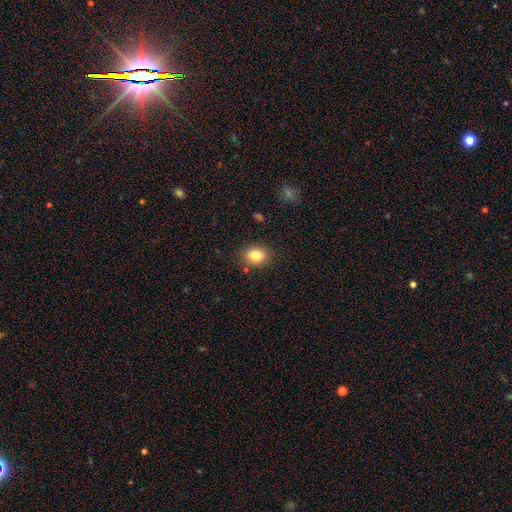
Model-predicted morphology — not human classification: smooth-or-featured: smooth: 83% | star or artifact: 10% | featured or disk: 8%
  how-rounded: in between: 60% | round: 39% | cigar-shaped: 1%
  merging: none: 84% | minor disturbance: 11% | major disturbance: 3% | merger: 2%